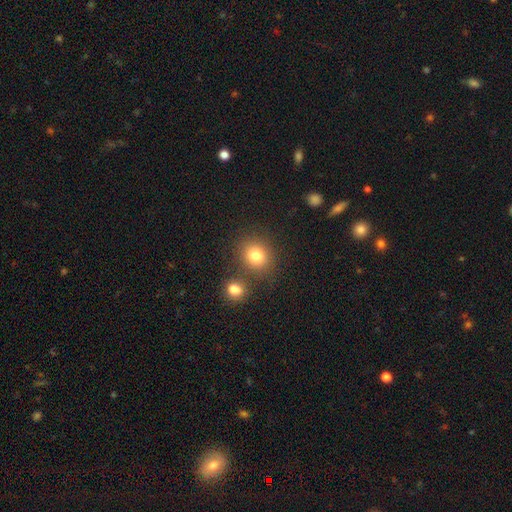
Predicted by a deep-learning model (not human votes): This appears to be a smooth galaxy with no disk features (81%) that is round (75%). Merging: none (71%).